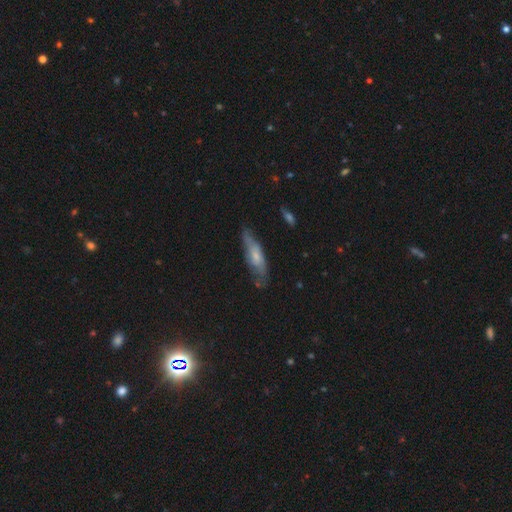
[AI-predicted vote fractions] This is possibly a smooth galaxy (49%). Merging: likely none (66%).